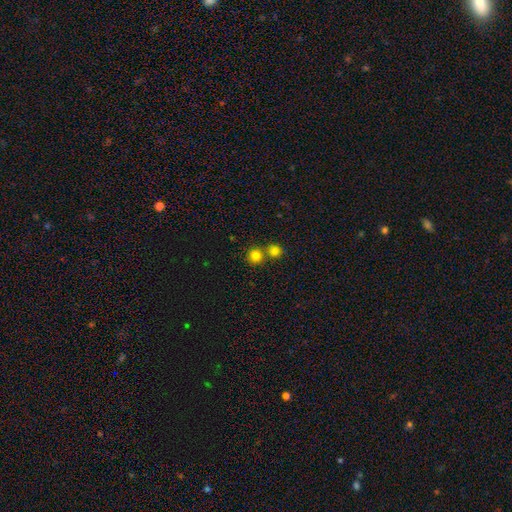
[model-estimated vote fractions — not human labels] smooth-or-featured: smooth: 80% | star or artifact: 14% | featured or disk: 6%
  how-rounded: round: 91% | in between: 8% | cigar-shaped: 1%
  merging: none: 63% | merger: 29% | minor disturbance: 6% | major disturbance: 2%